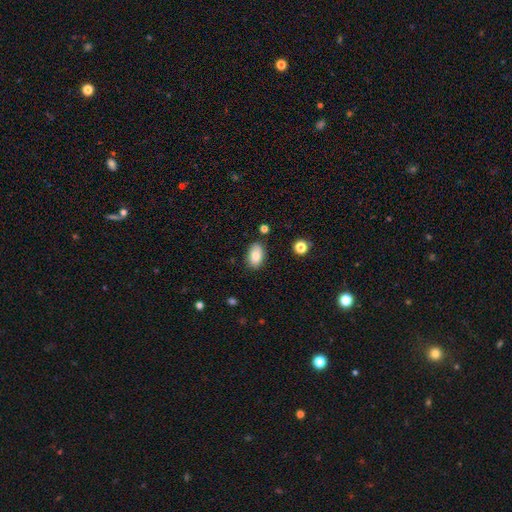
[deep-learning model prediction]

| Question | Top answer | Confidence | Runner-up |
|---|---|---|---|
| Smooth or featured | smooth | 83% | featured or disk (9%) |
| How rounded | in between | 90% | round (8%) |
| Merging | none | 80% | minor disturbance (14%) |